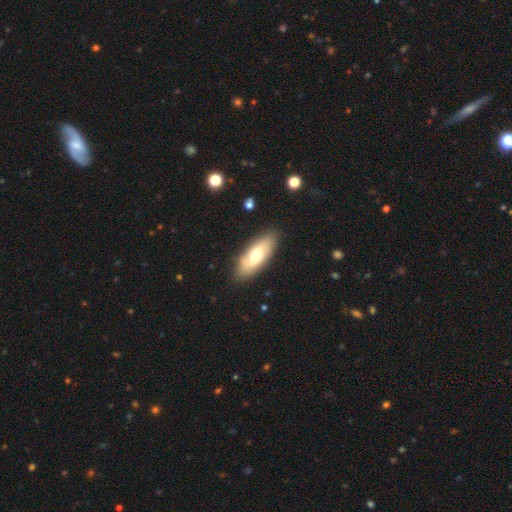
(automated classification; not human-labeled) smooth 62%, featured or disk 33%, star or artifact 6%. Down the decision tree: how rounded — in between (74%); merging — none (85%).